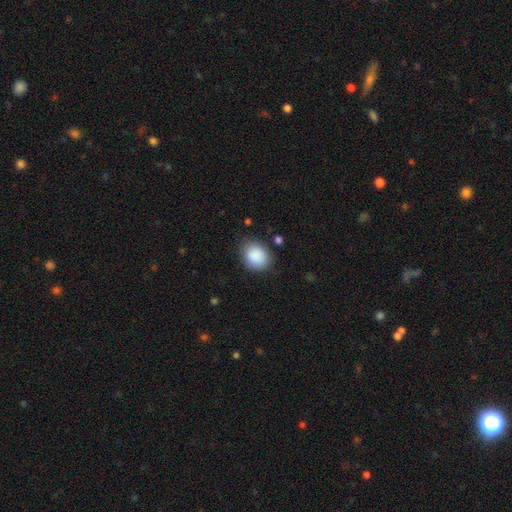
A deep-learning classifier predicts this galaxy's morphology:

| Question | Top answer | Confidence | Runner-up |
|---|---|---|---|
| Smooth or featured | smooth | 89% | star or artifact (8%) |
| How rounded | round | 55% | in between (44%) |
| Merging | none | 79% | minor disturbance (15%) |